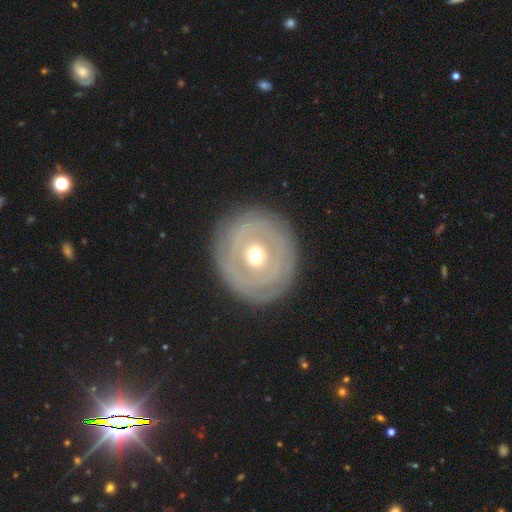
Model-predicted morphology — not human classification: This is likely a featured or disk galaxy (66%). It is clearly not viewed edge-on (95%). Bar: likely no (74%). Spiral arm pattern: possibly no (57%). Central bulge: likely moderate (66%). Merging: clearly none (85%).